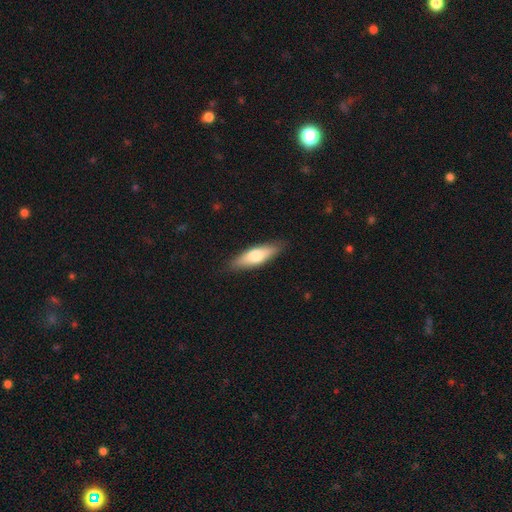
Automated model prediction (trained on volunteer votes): Morphology: type=smooth (68%); roundness=cigar-shaped (49%); merging=none (86%).